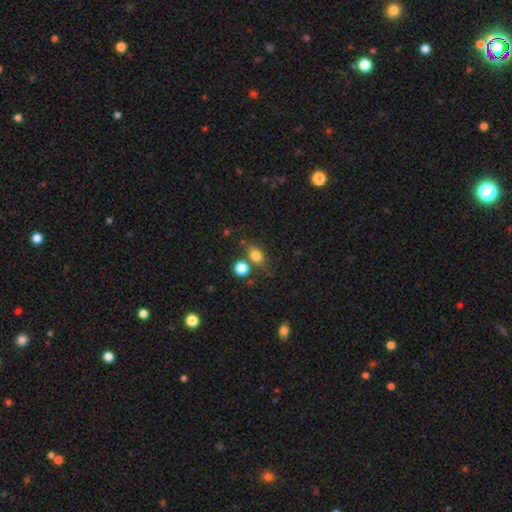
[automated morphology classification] This appears to be a smooth galaxy with no disk features (80%) that is in between round and cigar-shaped (63%). Merging: none (64%).